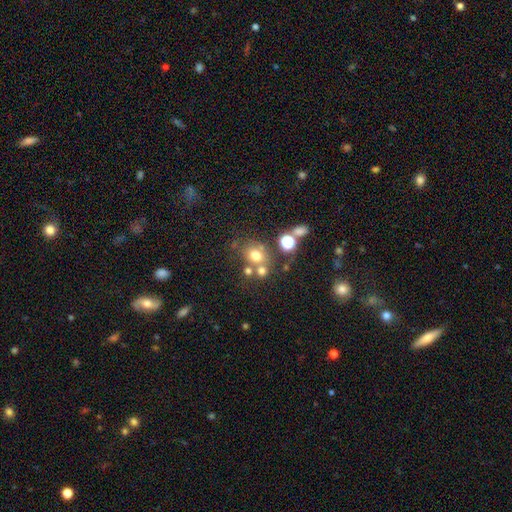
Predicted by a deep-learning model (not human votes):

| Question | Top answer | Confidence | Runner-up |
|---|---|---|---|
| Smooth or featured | smooth | 66% | star or artifact (20%) |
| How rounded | round | 71% | in between (28%) |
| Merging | none | 55% | merger (27%) |